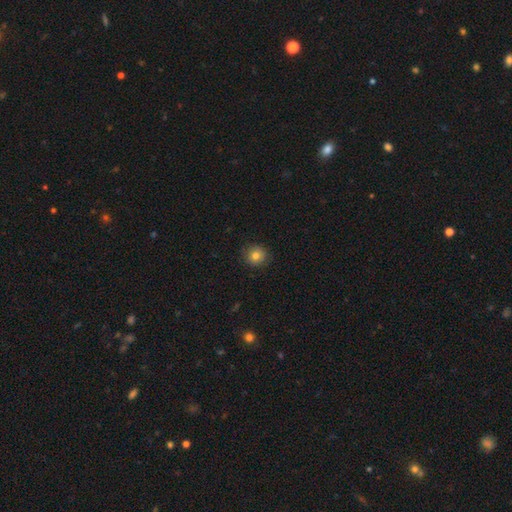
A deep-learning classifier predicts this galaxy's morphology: type=smooth (79%); roundness=round (91%); merging=none (88%).